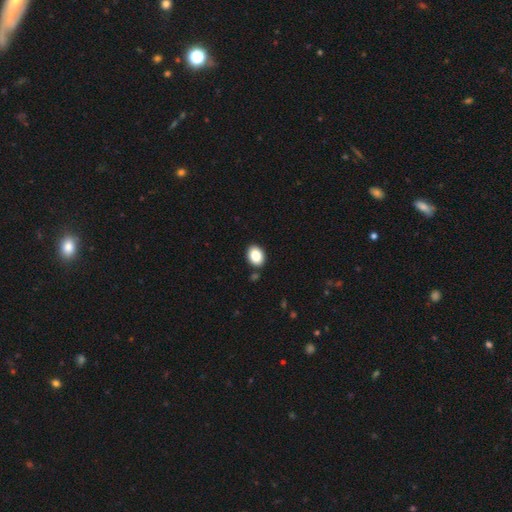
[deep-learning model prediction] smooth-or-featured: smooth: 87% | star or artifact: 8% | featured or disk: 5%
  how-rounded: in between: 72% | round: 27% | cigar-shaped: 1%
  merging: none: 88% | minor disturbance: 8% | merger: 2% | major disturbance: 2%